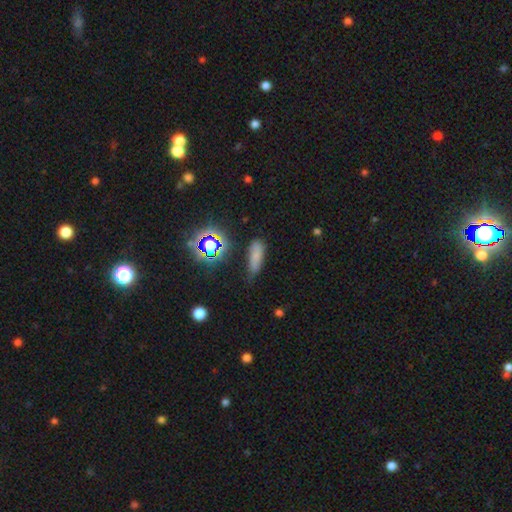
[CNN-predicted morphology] This appears to be a smooth galaxy with no disk features (67%) that is in between round and cigar-shaped (56%). Merging: none (57%).